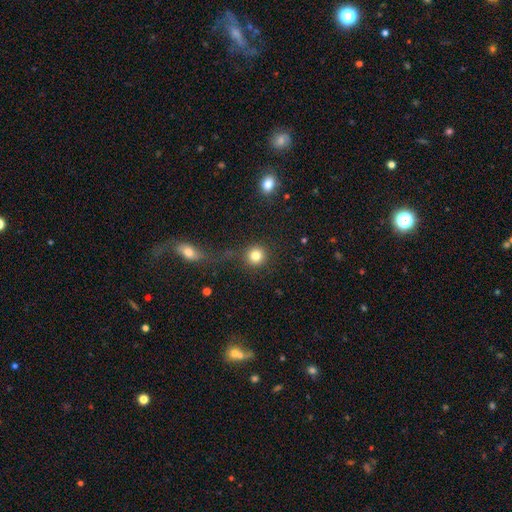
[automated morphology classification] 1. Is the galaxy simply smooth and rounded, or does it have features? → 83% smooth, 11% star or artifact, 6% featured or disk.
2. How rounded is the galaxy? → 93% round, 6% in between, 1% cigar-shaped.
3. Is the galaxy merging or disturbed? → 79% none, 8% merger, 8% minor disturbance, 5% major disturbance.